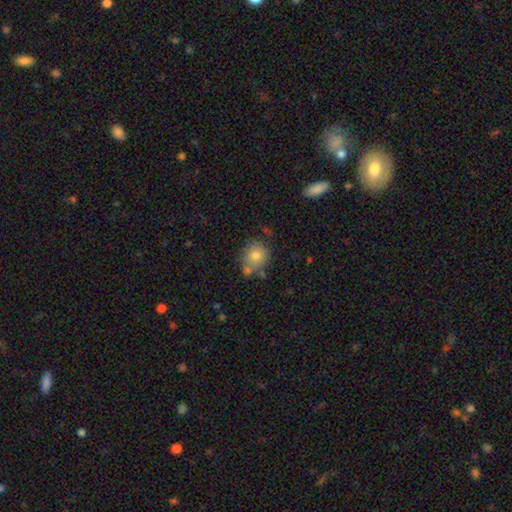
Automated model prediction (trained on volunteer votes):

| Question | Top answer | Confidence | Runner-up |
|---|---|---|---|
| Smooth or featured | smooth | 76% | featured or disk (13%) |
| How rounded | round | 83% | in between (16%) |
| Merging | none | 63% | merger (19%) |